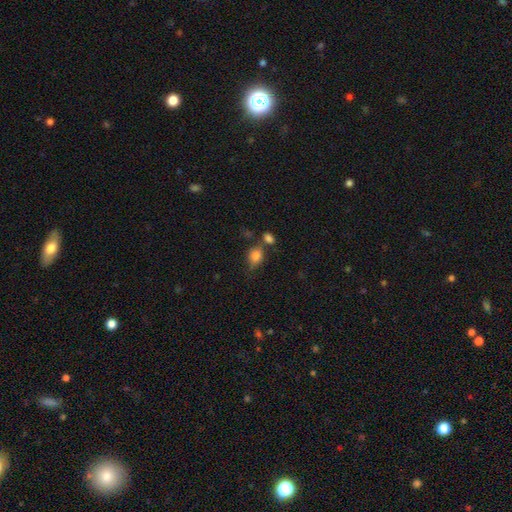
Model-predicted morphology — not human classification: This is clearly a smooth galaxy (81%). How rounded: possibly in between (59%). Merging: possibly none (50%).